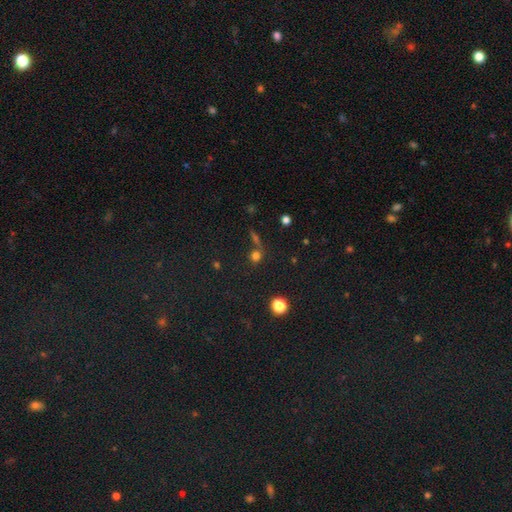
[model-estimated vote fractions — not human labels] smooth-or-featured: smooth: 70% | star or artifact: 22% | featured or disk: 8%
  how-rounded: round: 88% | in between: 10% | cigar-shaped: 2%
  merging: none: 67% | merger: 19% | minor disturbance: 10% | major disturbance: 5%